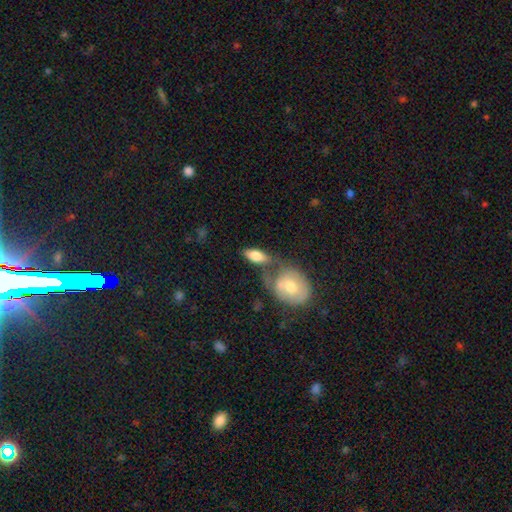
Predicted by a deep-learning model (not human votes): The model was most divided on "merging": none: 41%, merger: 35%, minor disturbance: 16%, major disturbance: 8%. More confident: how rounded — in between (84%); smooth or featured — smooth (74%).